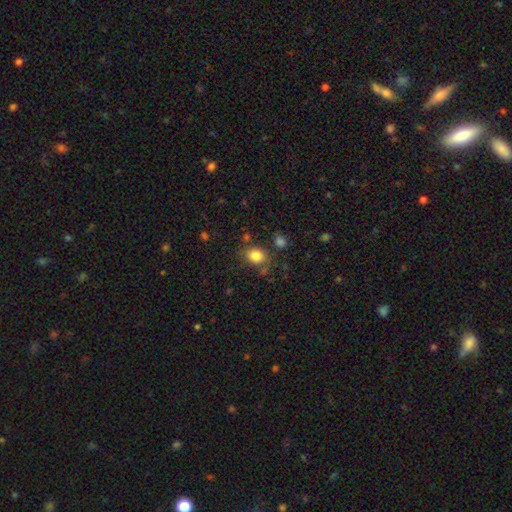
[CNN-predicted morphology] smooth-or-featured: smooth: 84% | star or artifact: 10% | featured or disk: 6%
  how-rounded: in between: 55% | round: 44% | cigar-shaped: 1%
  merging: none: 72% | minor disturbance: 15% | merger: 7% | major disturbance: 5%